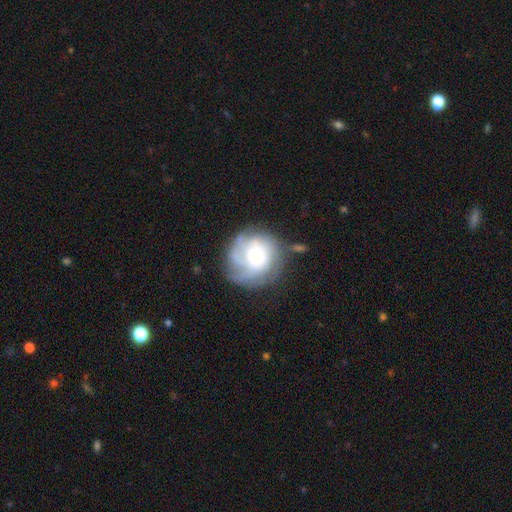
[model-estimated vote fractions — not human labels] A featured or disk galaxy (71%) with no bar (76%), tight (63%) spiral arms (90%) and a moderate central bulge (52%). Merging: none (72%).